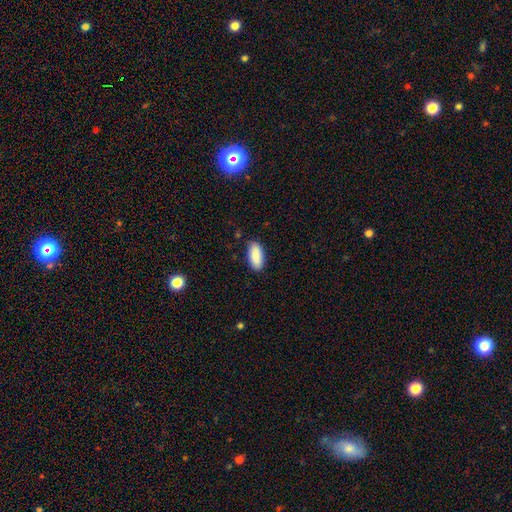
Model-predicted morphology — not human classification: type=smooth (89%); roundness=in between (91%); merging=none (86%).